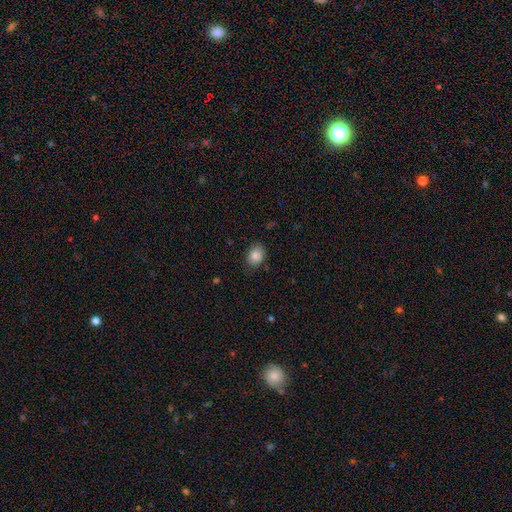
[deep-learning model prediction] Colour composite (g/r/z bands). It shows a smooth galaxy with no disk features (83%) that is in between round and cigar-shaped (63%). Merging: none (80%).